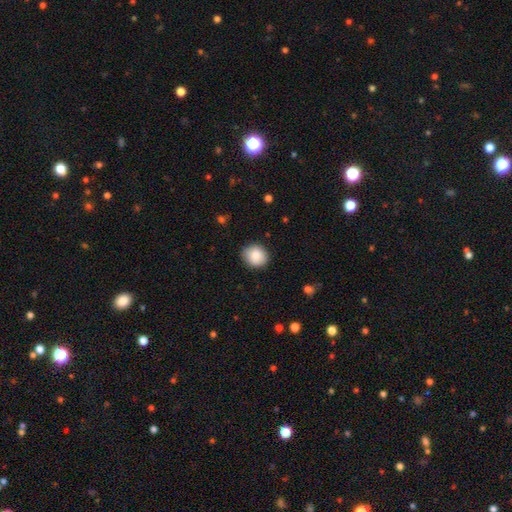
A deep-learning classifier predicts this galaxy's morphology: Q: Smooth or featured?
A: smooth (87%); runner-up: star or artifact (8%)
Q: How rounded?
A: round (78%); runner-up: in between (21%)
Q: Merging?
A: none (87%); runner-up: minor disturbance (10%)